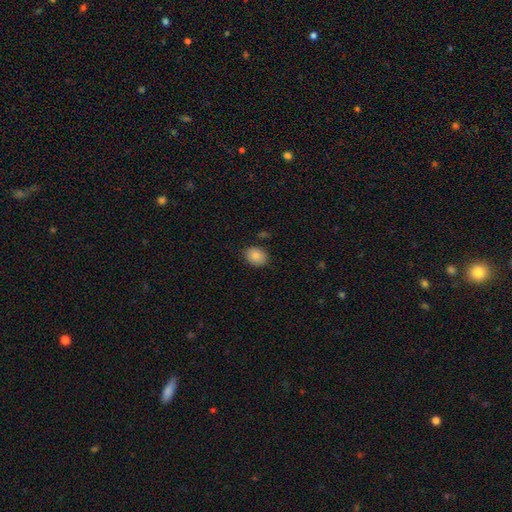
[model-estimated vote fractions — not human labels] A smooth galaxy with no disk features (87%) that is in between round and cigar-shaped (58%). Merging: none (82%).